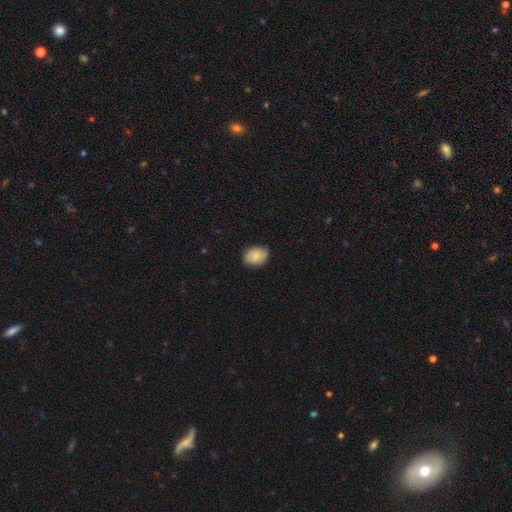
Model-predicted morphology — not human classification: This is likely a smooth galaxy (76%). How rounded: likely in between (67%). Merging: likely none (77%).